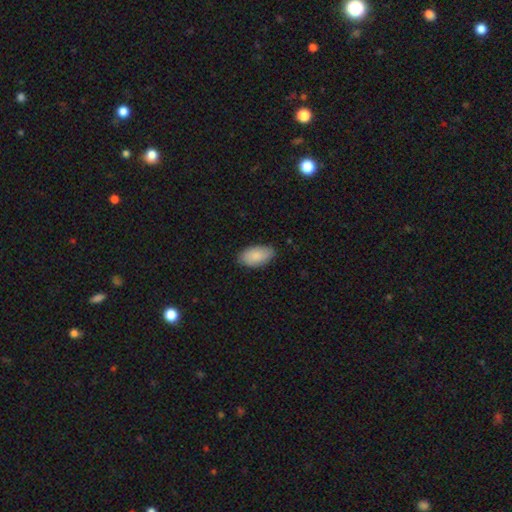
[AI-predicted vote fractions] A smooth galaxy with no disk features (88%) that is in between round and cigar-shaped (95%).

Vote fractions:
- Smooth or featured? smooth: 88% / featured or disk: 6% / star or artifact: 6%
- How rounded? in between: 95% / round: 3% / cigar-shaped: 2%
- Merging? none: 83% / minor disturbance: 13% / major disturbance: 2% / merger: 1%